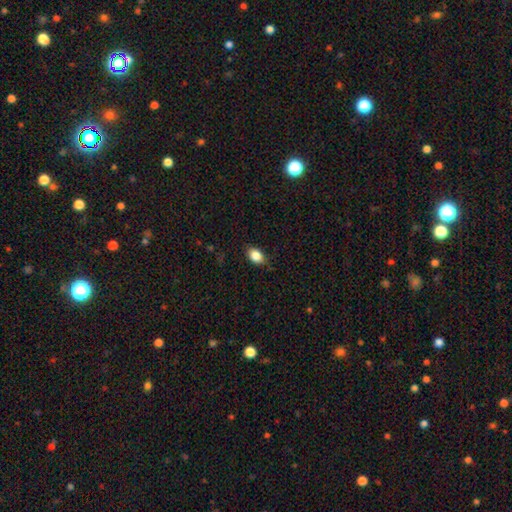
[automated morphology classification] Smooth or featured? smooth (86%)
How rounded? in between (79%)
Merging? none (81%)